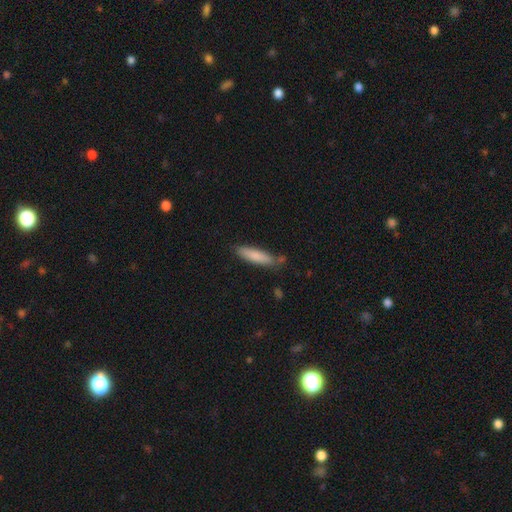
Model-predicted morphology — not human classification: smooth_or_featured: smooth (p=0.83) [alt: featured or disk p=0.11]
how_rounded: cigar-shaped (p=0.75) [alt: in between p=0.24]
merging: none (p=0.75) [alt: minor disturbance p=0.17]